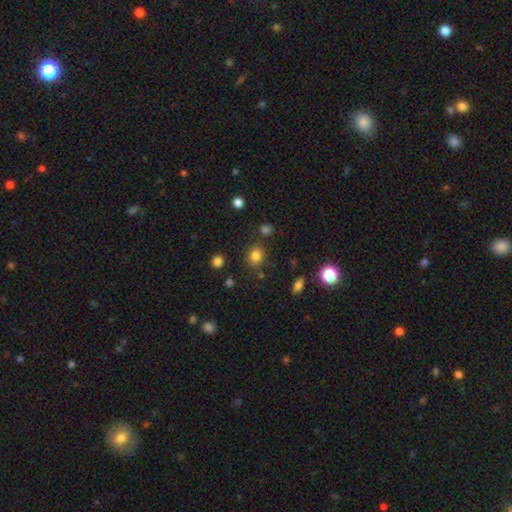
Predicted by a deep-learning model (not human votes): Smooth or featured: smooth — 80% (star or artifact — 13%)
How rounded: round — 59% (in between — 39%)
Merging: none — 77% (minor disturbance — 13%)